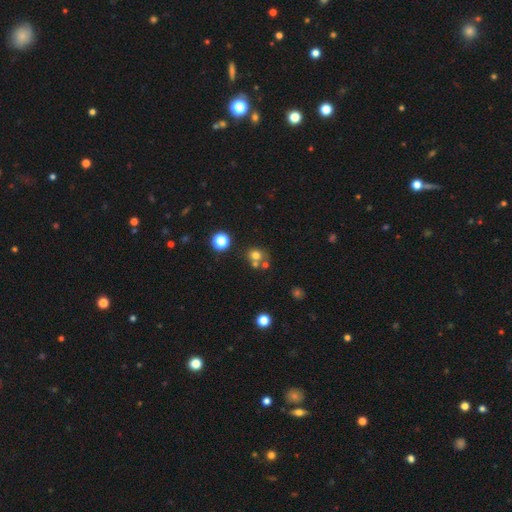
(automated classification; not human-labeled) Smooth or featured? Predicted: smooth (p=0.69). How rounded? Predicted: round (p=0.78). Merging? Predicted: none (p=0.52).